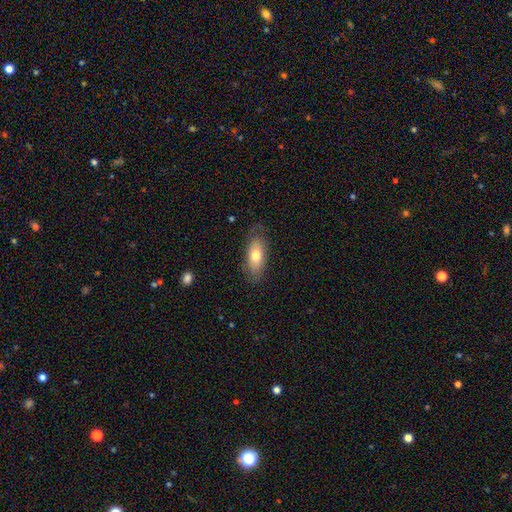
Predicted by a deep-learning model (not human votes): Overall: smooth (69%). How rounded: in between (84%). Merging: none (73%).